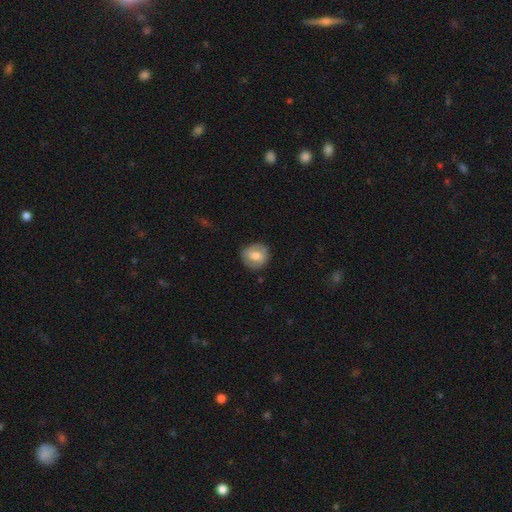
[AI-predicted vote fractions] Overall: smooth (58%; featured or disk 35%). How rounded: round (83%). Merging: none (81%).